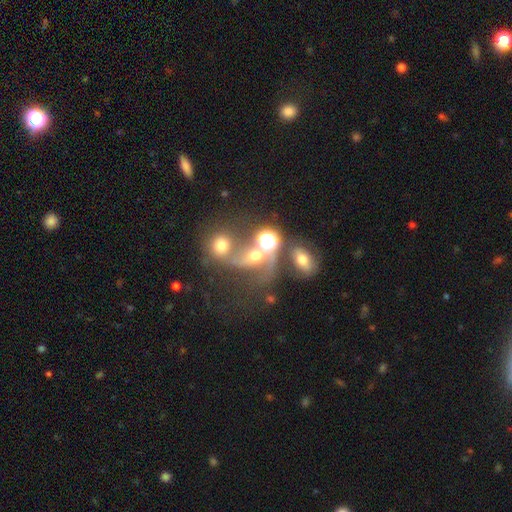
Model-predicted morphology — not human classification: Smooth or featured?
  - featured or disk: 39% * (tied)
  - smooth: 39% * (tied)
  - star or artifact: 23%
Merging?
  - merger: 51% *
  - none: 21%
  - major disturbance: 18%
  - minor disturbance: 10%